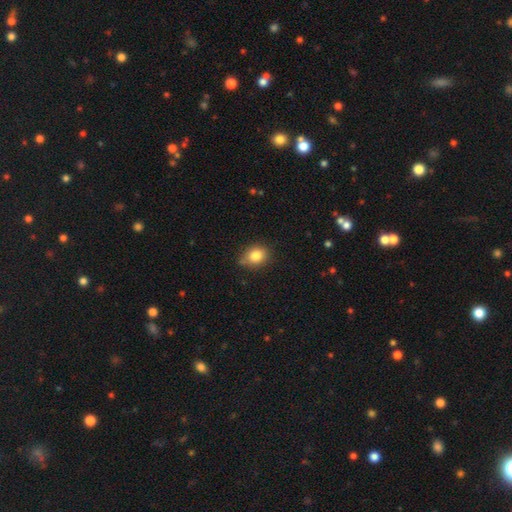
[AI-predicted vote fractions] This is clearly a smooth galaxy (83%). How rounded: possibly round (50%). Merging: likely none (73%).